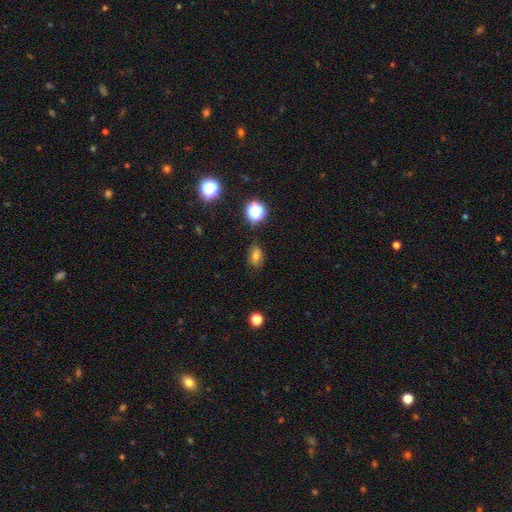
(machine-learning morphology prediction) Smooth or featured? smooth (70%)
How rounded? in between (78%)
Merging? none (76%)